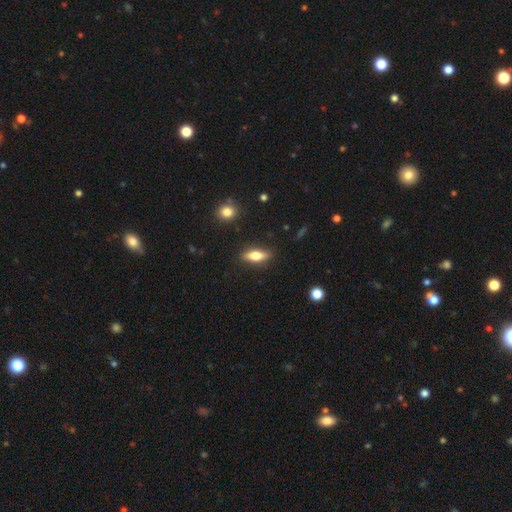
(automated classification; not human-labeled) Overall: smooth (63%; featured or disk 31%). How rounded: in between (57%; cigar-shaped 40%). Merging: none (85%).